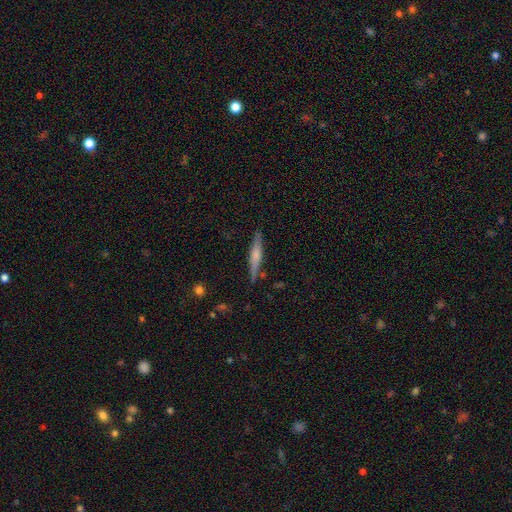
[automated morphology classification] featured or disk 51%, smooth 42%, star or artifact 6%. Down the decision tree: edge-on disk — yes (96%); merging — none (86%).